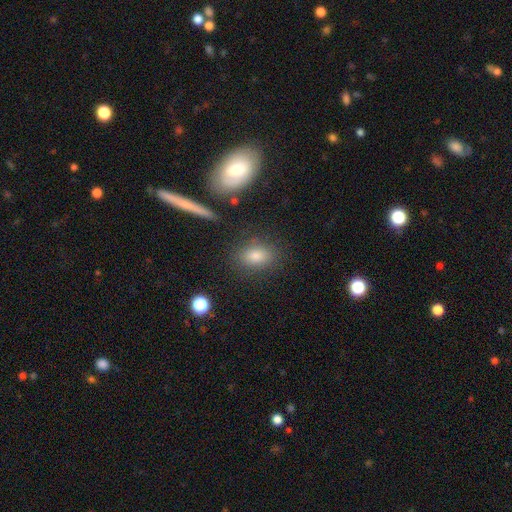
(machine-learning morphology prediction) A smooth galaxy with no disk features (78%) that is in between round and cigar-shaped (71%). Merging: none (82%).